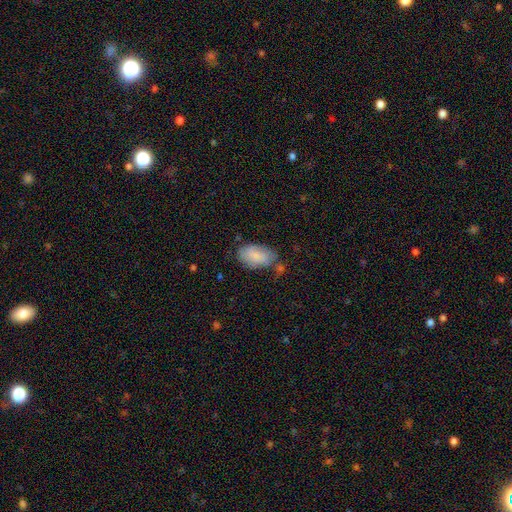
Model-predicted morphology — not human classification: Overall: smooth (81%). How rounded: in between (94%). Merging: none (56%; minor disturbance 27%).